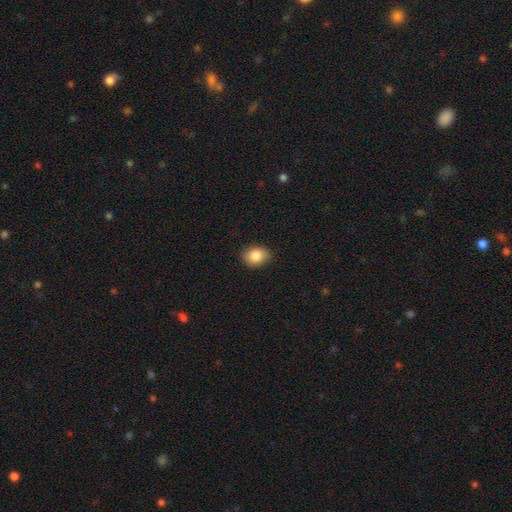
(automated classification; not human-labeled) This is clearly a smooth galaxy (87%). How rounded: likely in between (63%). Merging: clearly none (87%).